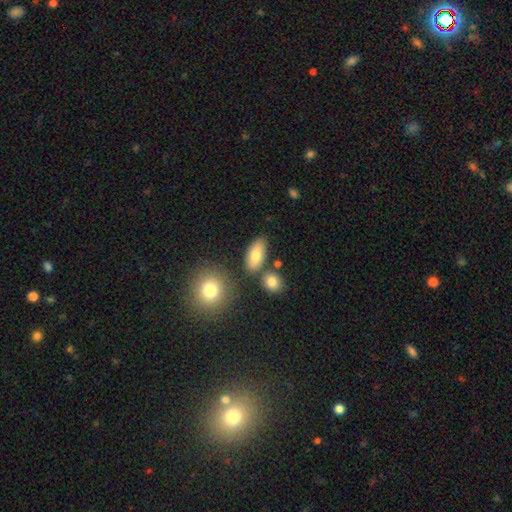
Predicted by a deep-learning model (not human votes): A smooth galaxy with no disk features (79%) that is in between round and cigar-shaped (86%).

Vote fractions:
- Smooth or featured? smooth: 79% / featured or disk: 13% / star or artifact: 9%
- How rounded? in between: 86% / round: 7% / cigar-shaped: 6%
- Merging? none: 76% / minor disturbance: 12% / merger: 9% / major disturbance: 4%